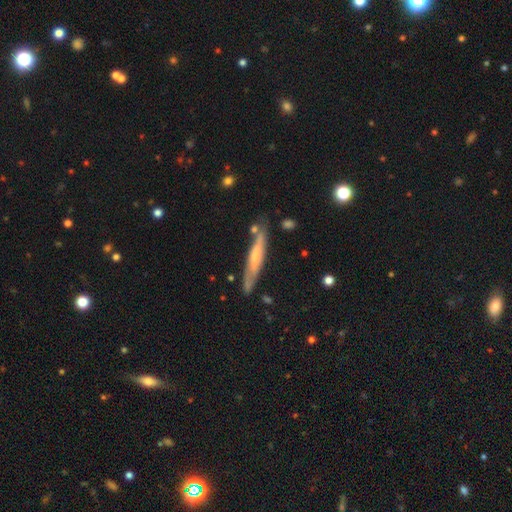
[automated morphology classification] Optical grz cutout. It shows a featured or disk galaxy (48%). Merging: none (74%).